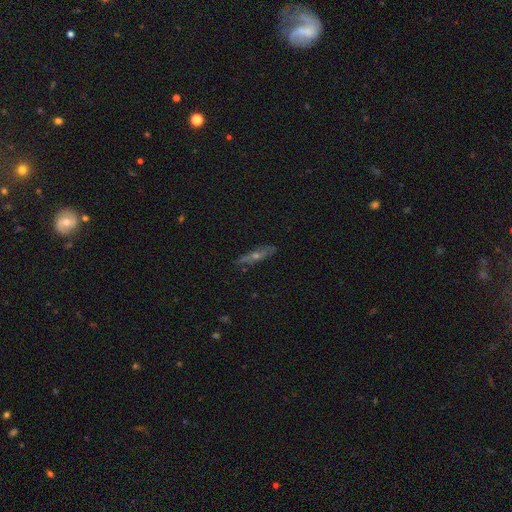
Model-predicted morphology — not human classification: type=featured or disk (64%); edge-on=yes (82%); edge-on bulge=rounded (87%); merging=none (85%).